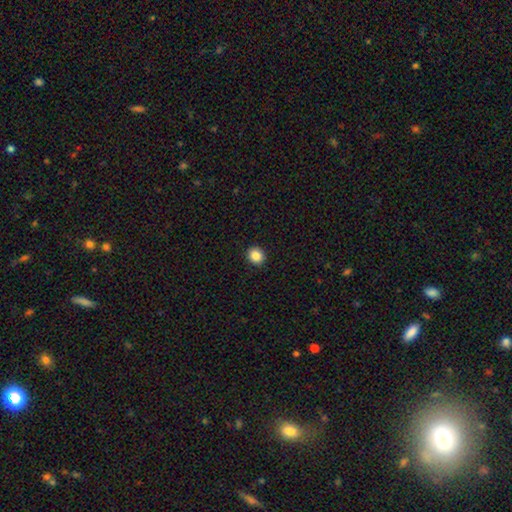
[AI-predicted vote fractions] Overall: smooth (86%). How rounded: round (75%). Merging: none (92%).